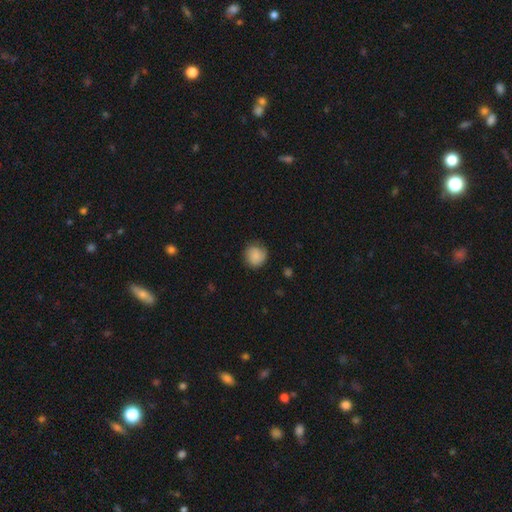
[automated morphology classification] smooth-or-featured: smooth: 83% | featured or disk: 10% | star or artifact: 8%
  how-rounded: round: 88% | in between: 11% | cigar-shaped: 1%
  merging: none: 77% | minor disturbance: 17% | major disturbance: 5% | merger: 1%